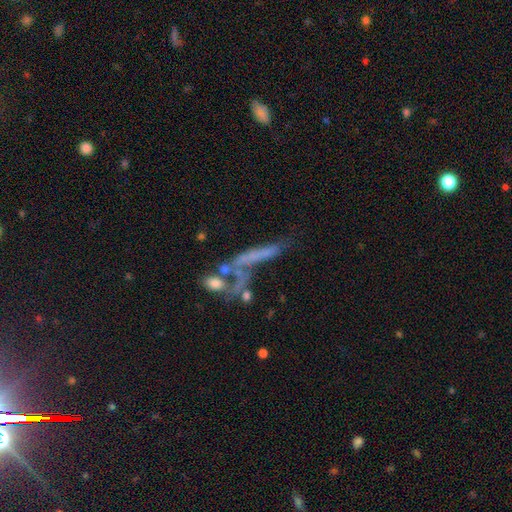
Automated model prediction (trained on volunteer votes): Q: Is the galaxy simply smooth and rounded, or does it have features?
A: featured or disk — 47%.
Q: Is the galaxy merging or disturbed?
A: merger — 34%.